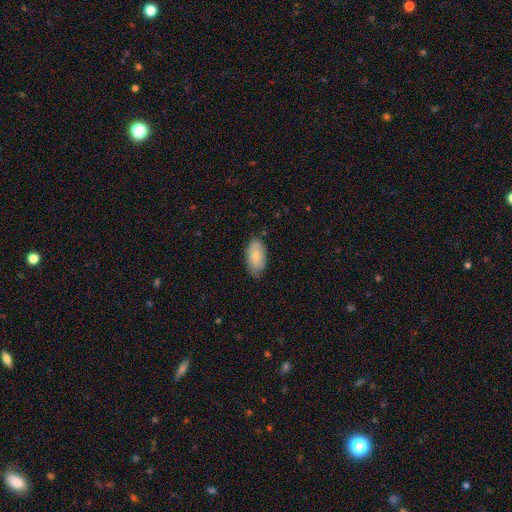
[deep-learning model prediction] Smooth or featured? smooth (78%)
How rounded? in between (94%)
Merging? none (73%)